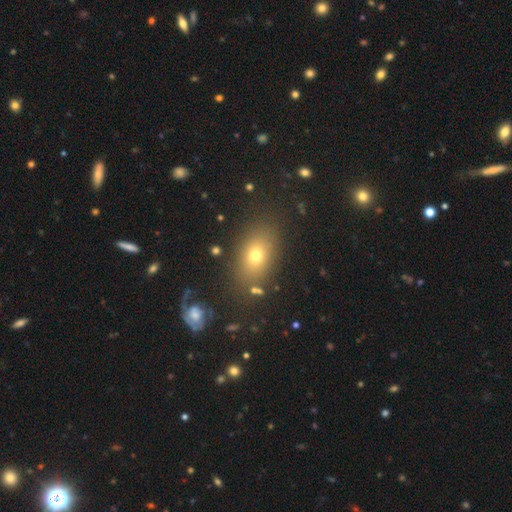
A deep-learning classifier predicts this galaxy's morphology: smooth 69%, featured or disk 16%, star or artifact 15%. Down the decision tree: how rounded — in between (78%); merging — none (82%).